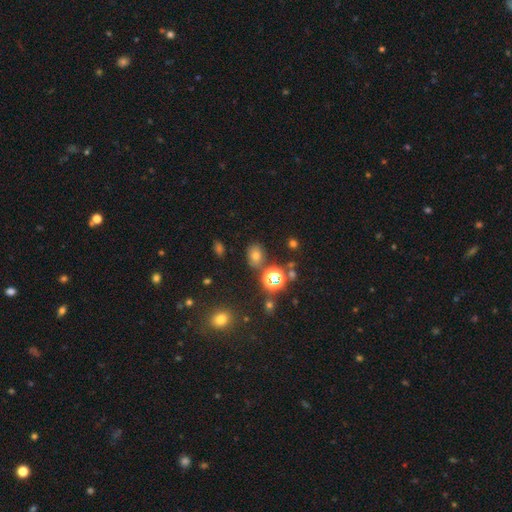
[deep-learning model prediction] Morphology: type=smooth (61%); roundness=in between (50%); merging=none (79%).